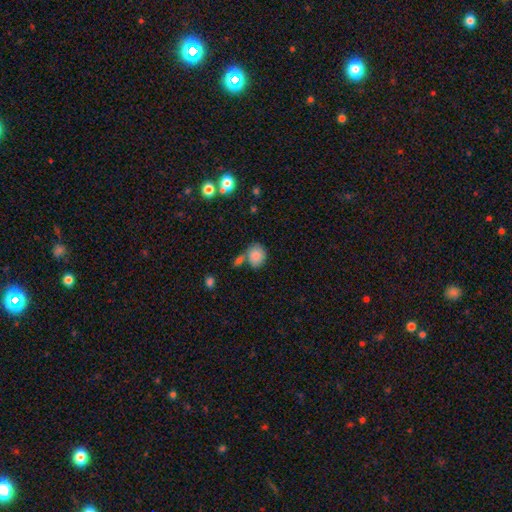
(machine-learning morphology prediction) type=smooth (83%); roundness=round (64%); merging=none (57%).